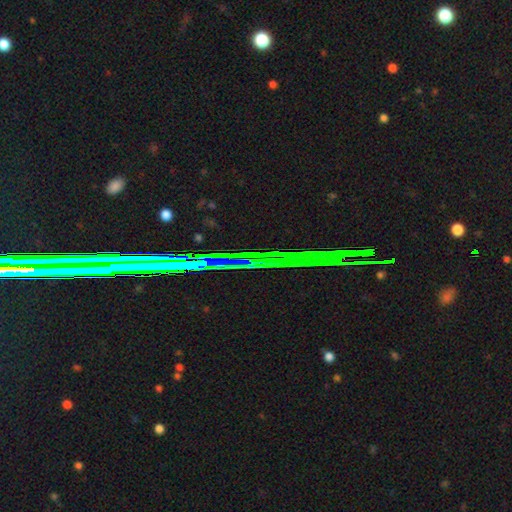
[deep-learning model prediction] A star or artifact, not a galaxy (81%).